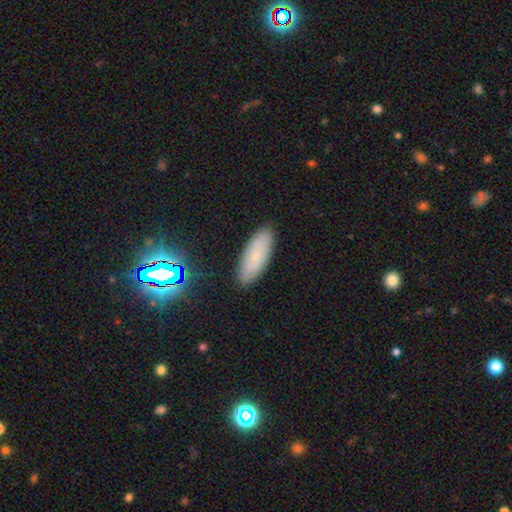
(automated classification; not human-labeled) Q: Smooth or featured?
A: smooth (76%); runner-up: featured or disk (13%)
Q: How rounded?
A: in between (67%); runner-up: cigar-shaped (31%)
Q: Merging?
A: none (88%); runner-up: minor disturbance (9%)